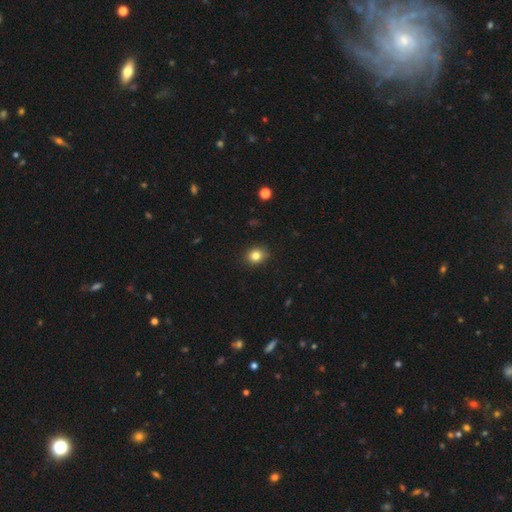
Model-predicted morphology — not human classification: Smooth or featured? smooth (82%)
How rounded? round (63%)
Merging? none (87%)